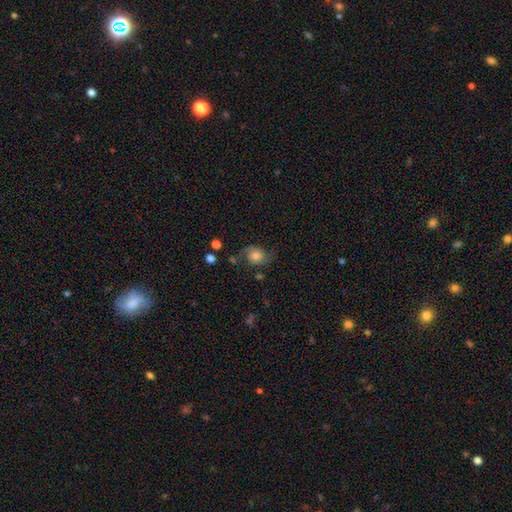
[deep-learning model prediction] This appears to be a featured or disk galaxy (56%) with no bar (75%), spiral arms (91%) and a moderate central bulge (42%). Merging: none (62%).